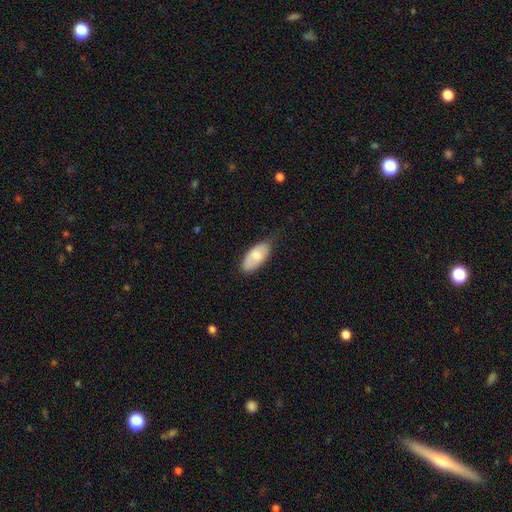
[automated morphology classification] This appears to be a smooth galaxy with no disk features (76%) that is in between round and cigar-shaped (91%). Merging: none (67%).